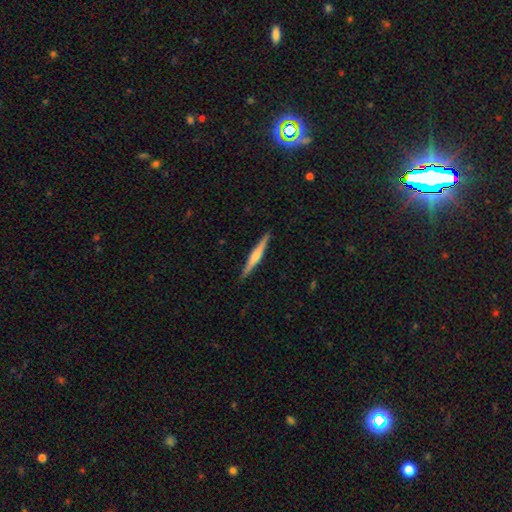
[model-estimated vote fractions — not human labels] Morphology: type=featured or disk (58%); edge-on=yes (98%); edge-on bulge=rounded (66%); merging=none (90%).